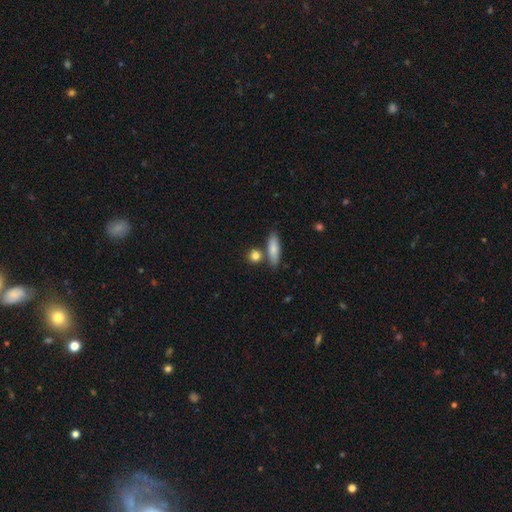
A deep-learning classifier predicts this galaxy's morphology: This is clearly a smooth galaxy (83%). How rounded: likely round (63%). Merging: likely none (74%).